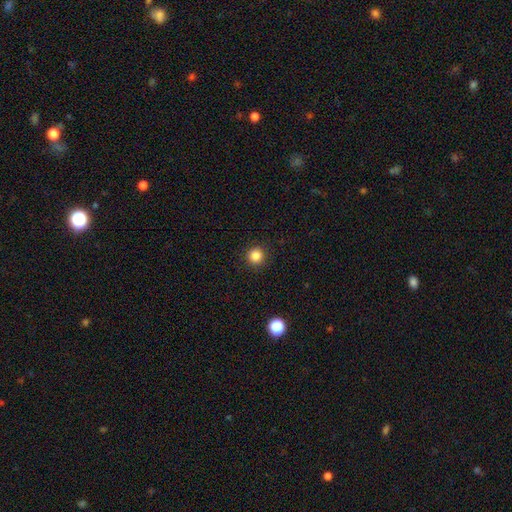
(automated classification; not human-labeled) Smooth or featured? smooth (85%)
How rounded? round (96%)
Merging? none (92%)